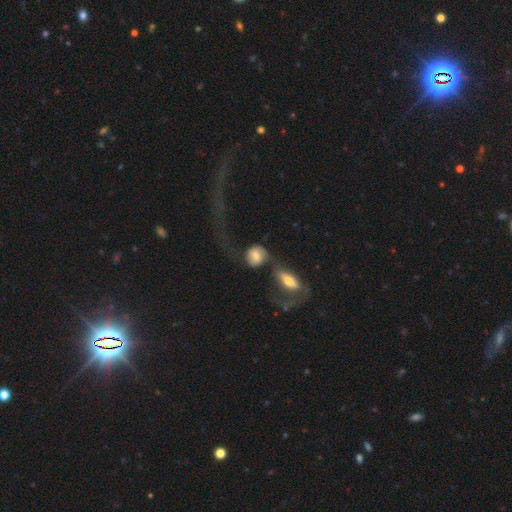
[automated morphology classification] Smooth or featured? smooth (55%)
How rounded? round (49%)
Merging? merger (50%)